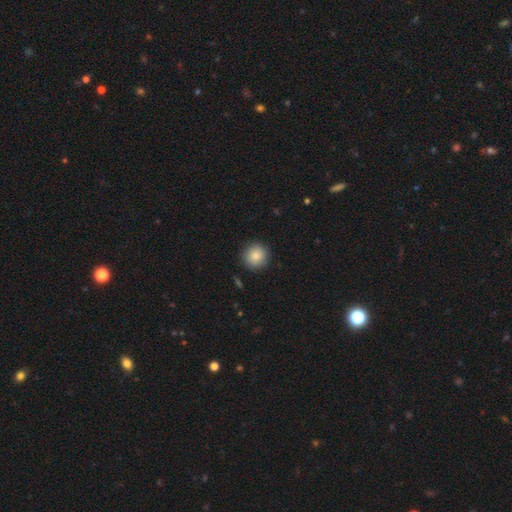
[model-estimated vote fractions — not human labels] This is clearly a smooth galaxy (86%). How rounded: clearly round (94%). Merging: clearly none (90%).